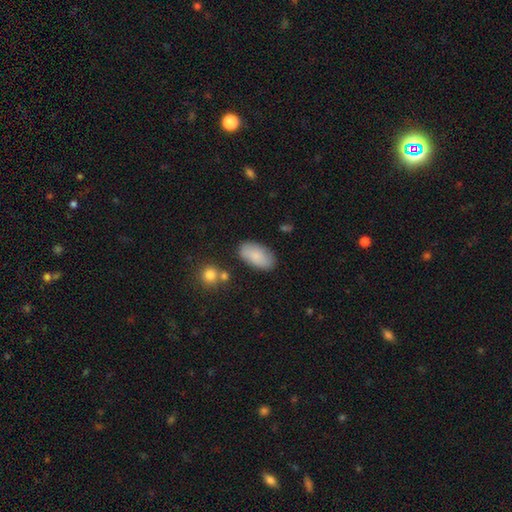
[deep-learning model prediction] Overall: smooth (85%). How rounded: in between (95%). Merging: none (82%).